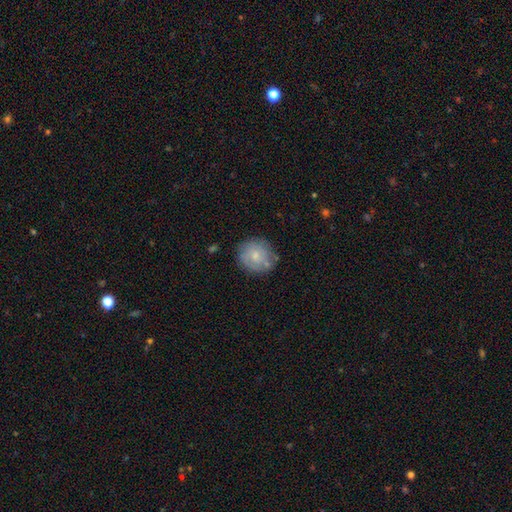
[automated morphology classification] Q: Smooth or featured?
A: smooth (58%); runner-up: featured or disk (34%)
Q: How rounded?
A: round (85%); runner-up: in between (14%)
Q: Merging?
A: none (70%); runner-up: minor disturbance (20%)